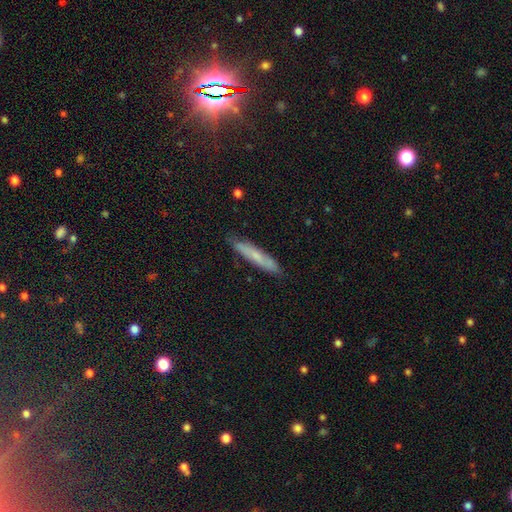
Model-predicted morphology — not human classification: Q: Smooth or featured?
A: smooth (62%); runner-up: featured or disk (31%)
Q: How rounded?
A: cigar-shaped (91%); runner-up: in between (8%)
Q: Merging?
A: none (84%); runner-up: minor disturbance (13%)